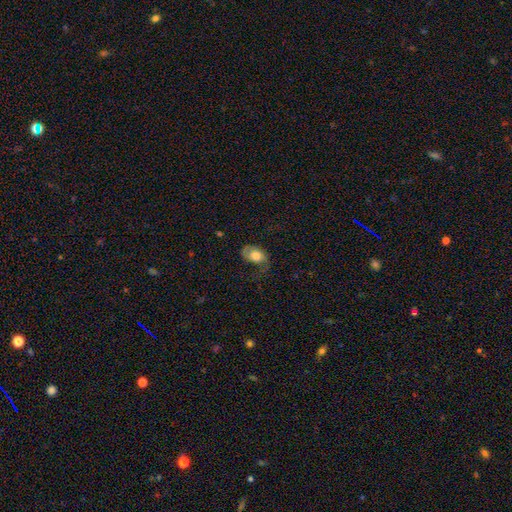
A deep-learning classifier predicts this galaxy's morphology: Smooth or featured? smooth (64%)
How rounded? in between (81%)
Merging? none (35%, tied with major disturbance)